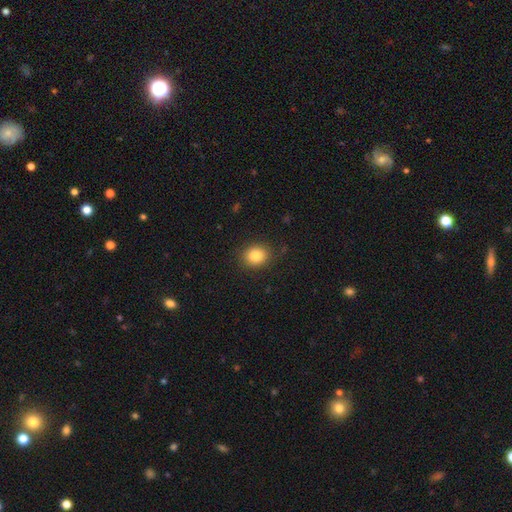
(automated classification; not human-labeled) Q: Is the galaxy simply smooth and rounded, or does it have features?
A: smooth — 83%.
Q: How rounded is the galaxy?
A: round — 64%.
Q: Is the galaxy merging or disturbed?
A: none — 86%.